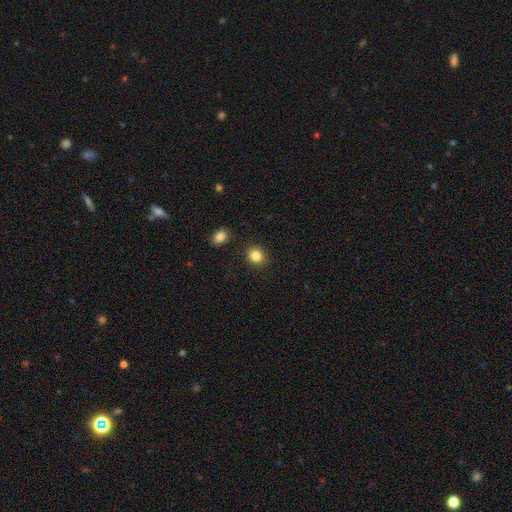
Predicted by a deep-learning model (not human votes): Morphology: type=smooth (85%); roundness=round (72%); merging=none (88%).